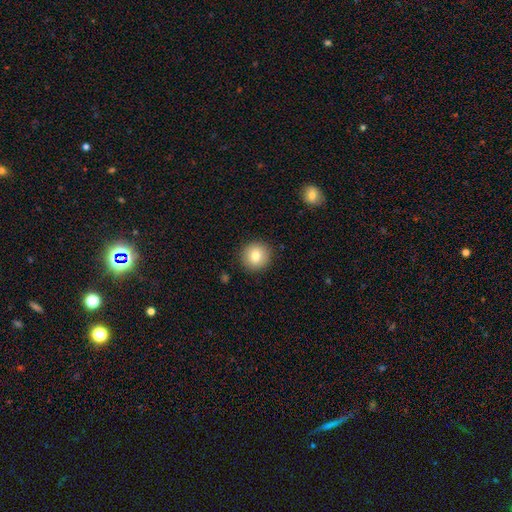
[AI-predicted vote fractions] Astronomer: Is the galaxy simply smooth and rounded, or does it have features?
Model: smooth — 80%.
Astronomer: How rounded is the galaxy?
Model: round — 93%.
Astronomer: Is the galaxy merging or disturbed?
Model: none — 90%.